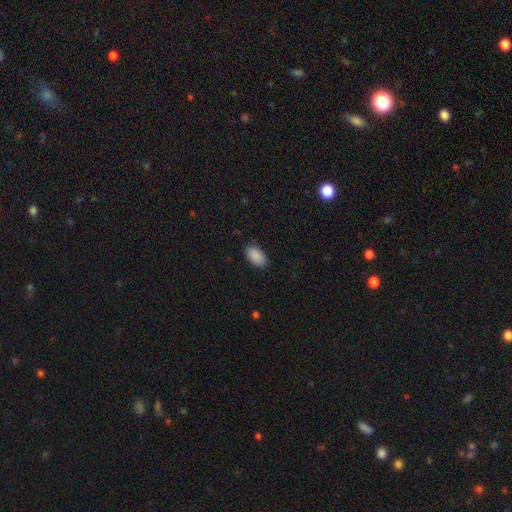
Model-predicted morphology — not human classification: Smooth or featured: smooth — 90% (star or artifact — 6%)
How rounded: in between — 95% (round — 4%)
Merging: none — 86% (minor disturbance — 10%)